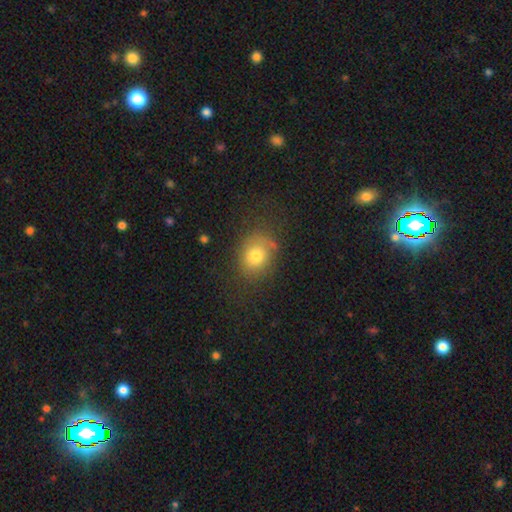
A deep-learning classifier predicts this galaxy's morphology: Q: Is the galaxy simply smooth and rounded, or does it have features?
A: smooth — 75%.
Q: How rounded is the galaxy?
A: round — 54%.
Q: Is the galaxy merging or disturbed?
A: none — 71%.